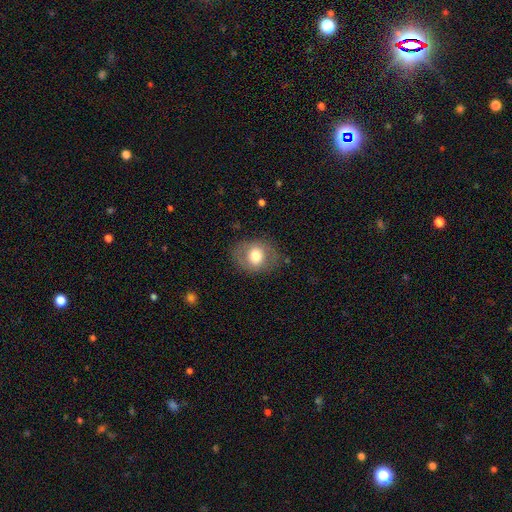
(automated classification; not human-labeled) smooth-or-featured: smooth: 68% | featured or disk: 23% | star or artifact: 8%
  how-rounded: in between: 50% | round: 49% | cigar-shaped: 1%
  merging: none: 77% | minor disturbance: 15% | major disturbance: 7% | merger: 1%